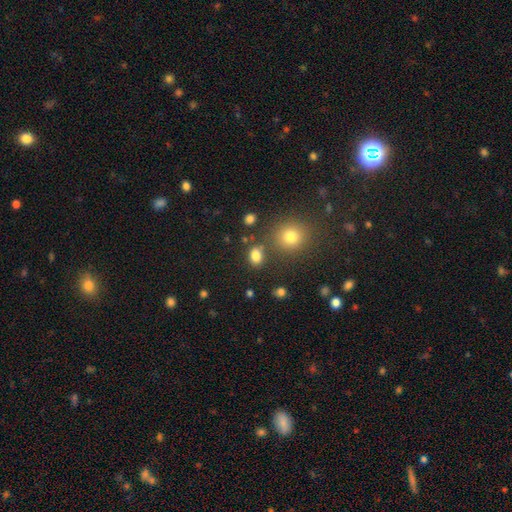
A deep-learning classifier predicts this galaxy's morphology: Smooth or featured: smooth — 81% (star or artifact — 13%)
How rounded: in between — 61% (round — 37%)
Merging: none — 73% (minor disturbance — 12%)